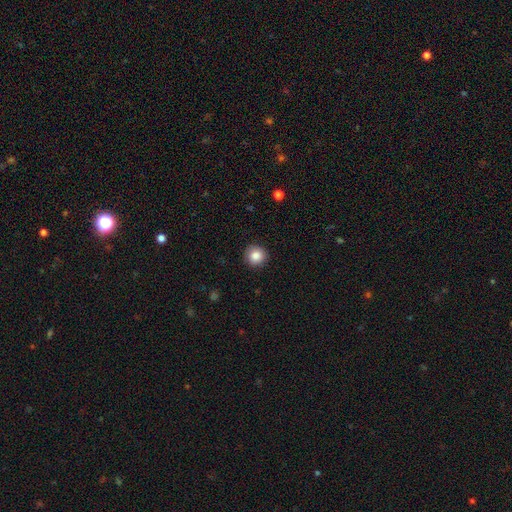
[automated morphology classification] smooth-or-featured: smooth: 86% | star or artifact: 9% | featured or disk: 5%
  how-rounded: round: 94% | in between: 5% | cigar-shaped: 1%
  merging: none: 91% | minor disturbance: 6% | major disturbance: 2% | merger: 1%